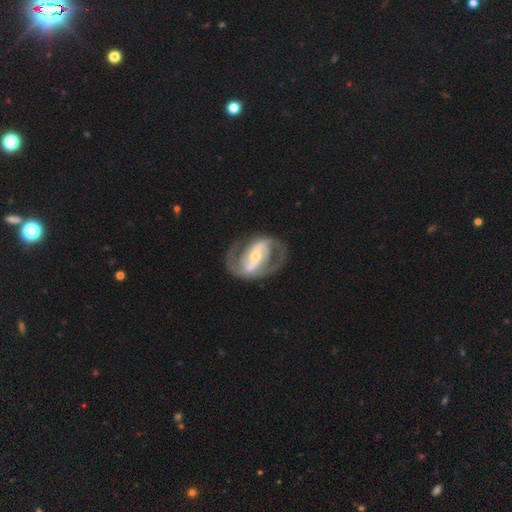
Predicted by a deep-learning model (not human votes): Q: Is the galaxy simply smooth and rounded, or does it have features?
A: featured or disk — 88%.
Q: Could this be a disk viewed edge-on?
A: no — 97%.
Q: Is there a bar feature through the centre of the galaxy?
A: strong — 58%.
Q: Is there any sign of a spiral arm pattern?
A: yes — 93%.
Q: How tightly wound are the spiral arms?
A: medium — 52%.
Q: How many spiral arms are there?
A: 2 — 89%.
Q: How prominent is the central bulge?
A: small — 49%.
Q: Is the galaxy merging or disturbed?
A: none — 75%.